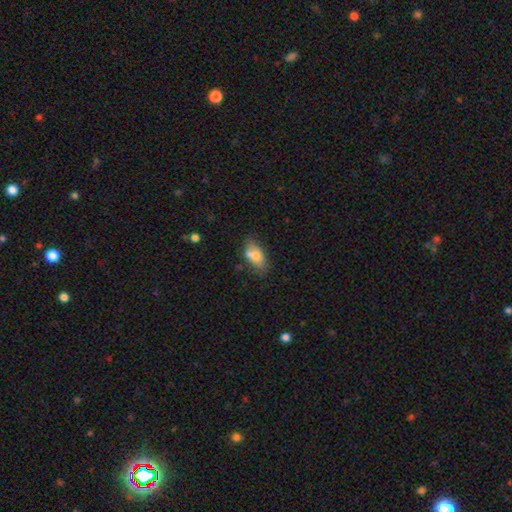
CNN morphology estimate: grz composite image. It shows a smooth galaxy with no disk features (74%) that is in between round and cigar-shaped (89%). Merging: none (54%).